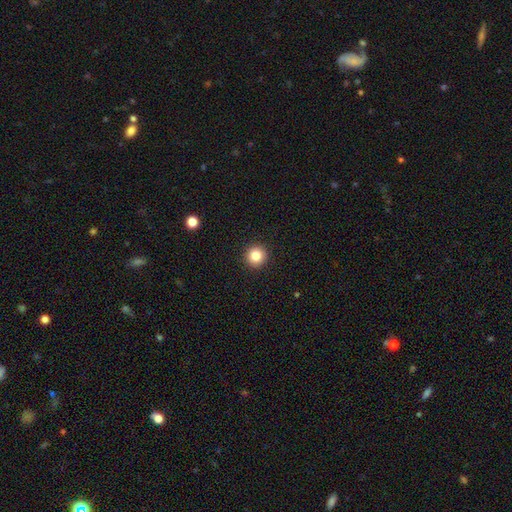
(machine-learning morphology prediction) This appears to be a smooth galaxy with no disk features (84%) that is round (95%). Merging: none (93%).